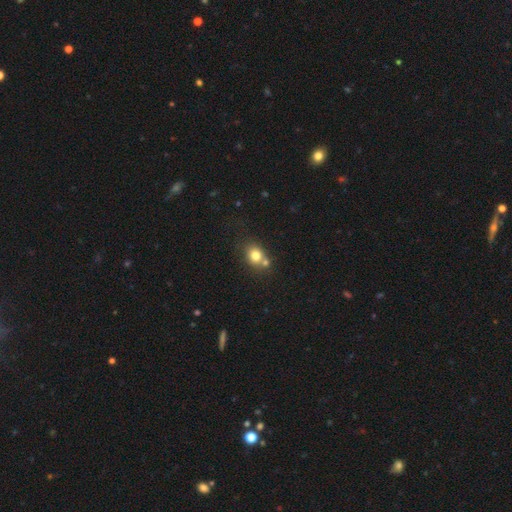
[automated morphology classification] Smooth or featured?
  - smooth: 78% *
  - star or artifact: 11%
  - featured or disk: 11%
How rounded?
  - round: 63% *
  - in between: 36%
  - cigar-shaped: 1%
Merging?
  - none: 53% *
  - merger: 31%
  - minor disturbance: 12%
  - major disturbance: 4%